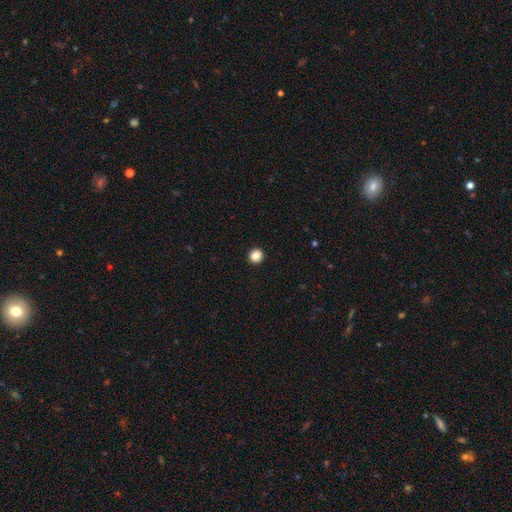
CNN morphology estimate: A smooth galaxy with no disk features (86%) that is round (91%). Merging: none (93%).